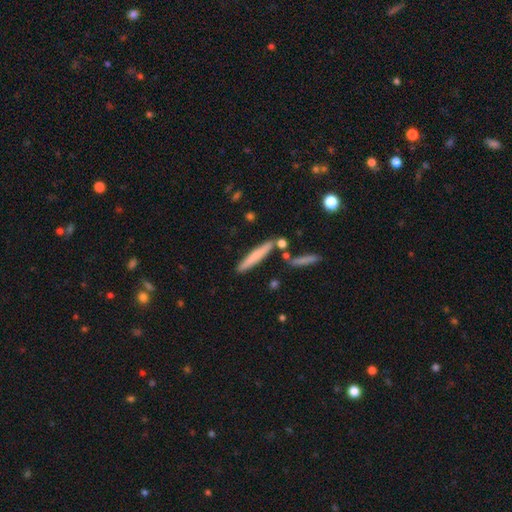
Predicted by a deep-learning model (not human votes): A smooth galaxy with no disk features (64%) that is cigar-shaped (93%). Merging: none (82%).